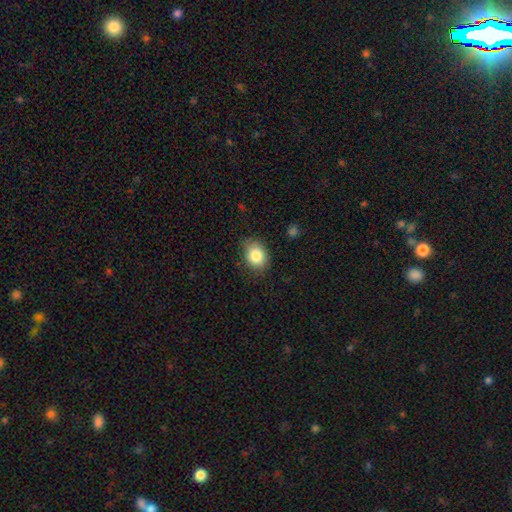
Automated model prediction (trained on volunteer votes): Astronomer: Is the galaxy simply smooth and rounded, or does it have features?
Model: smooth — 83%.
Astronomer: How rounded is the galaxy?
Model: in between — 60% (runner-up: round, 39%).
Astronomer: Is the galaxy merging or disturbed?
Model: none — 80%.